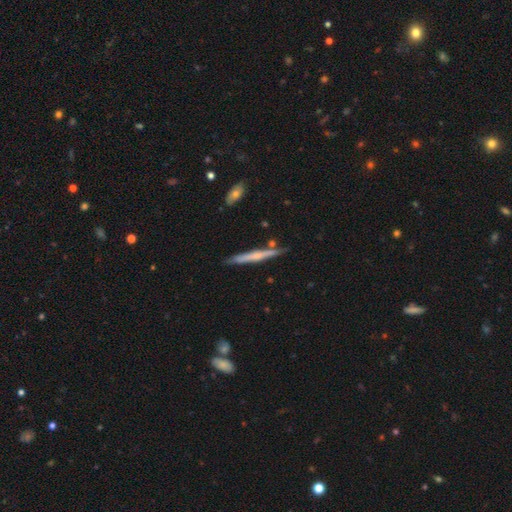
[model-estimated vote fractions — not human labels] A featured or disk galaxy (53%) viewed edge-on (96%) with no central bulge (56%). Merging: none (82%).